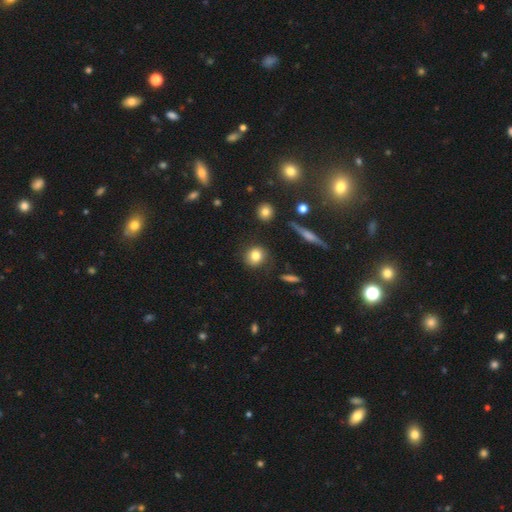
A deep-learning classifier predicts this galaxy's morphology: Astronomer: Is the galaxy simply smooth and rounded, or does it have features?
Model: smooth — 81%.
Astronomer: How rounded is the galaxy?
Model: round — 80%.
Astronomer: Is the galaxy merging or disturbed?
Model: none — 85%.